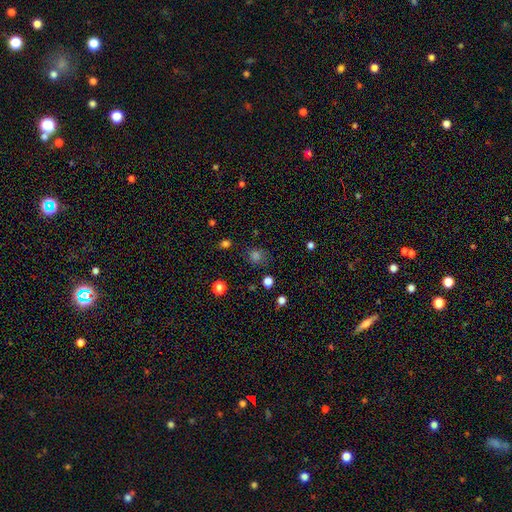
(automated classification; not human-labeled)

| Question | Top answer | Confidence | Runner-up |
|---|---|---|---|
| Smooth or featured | smooth | 65% | star or artifact (29%) |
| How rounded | round | 79% | in between (20%) |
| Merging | none | 76% | minor disturbance (15%) |